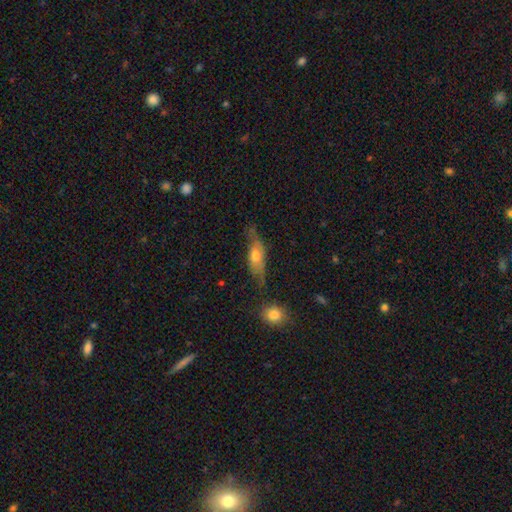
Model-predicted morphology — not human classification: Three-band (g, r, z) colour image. It shows a smooth galaxy with no disk features (50%) that is in between round and cigar-shaped (63%). Merging: none (52%).